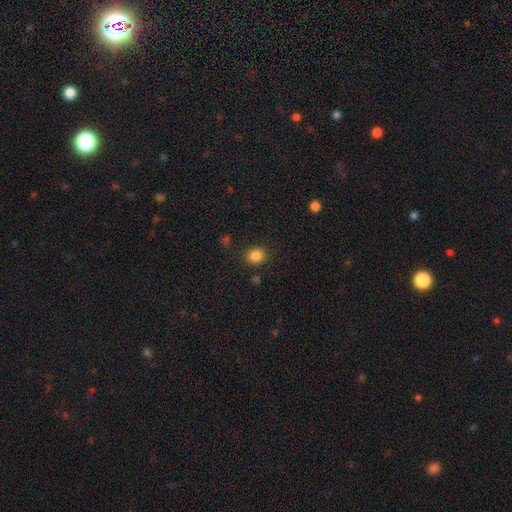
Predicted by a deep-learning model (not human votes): smooth_or_featured: smooth (p=0.85) [alt: star or artifact p=0.11]
how_rounded: round (p=0.79) [alt: in between p=0.20]
merging: none (p=0.85) [alt: minor disturbance p=0.09]